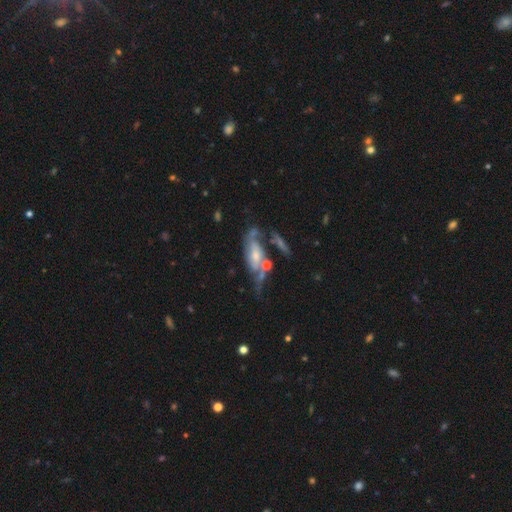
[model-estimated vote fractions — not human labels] featured or disk 70%, smooth 22%, star or artifact 8%. Down the decision tree: edge-on disk — no (84%); bar — no (58%); spiral arms — yes (79%); bulge size — small (48%); merging — none (35%).